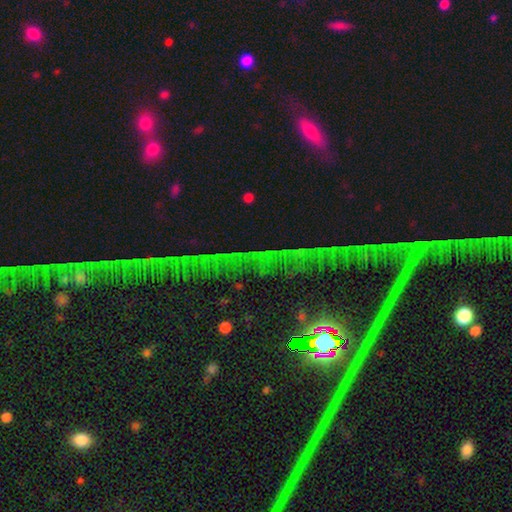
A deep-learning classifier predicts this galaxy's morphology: This is likely a star or artifact rather than a galaxy (79%).